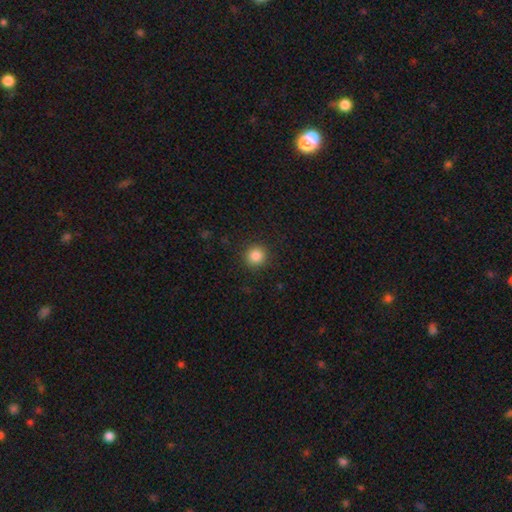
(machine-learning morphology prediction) smooth-or-featured: smooth: 86% | star or artifact: 11% | featured or disk: 4%
  how-rounded: round: 94% | in between: 5% | cigar-shaped: 1%
  merging: none: 91% | minor disturbance: 5% | major disturbance: 2% | merger: 1%